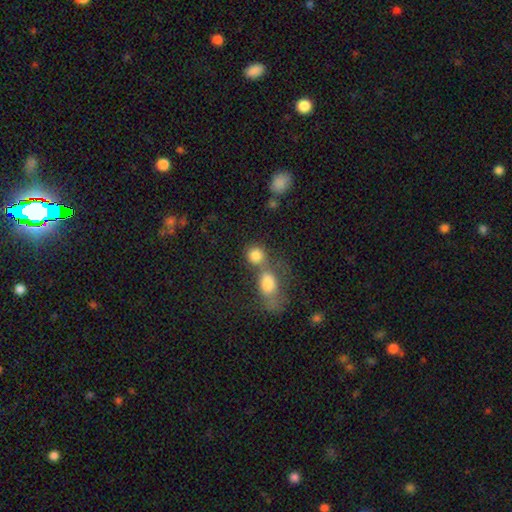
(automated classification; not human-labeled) Smooth or featured: smooth — 82% (star or artifact — 10%)
How rounded: round — 77% (in between — 21%)
Merging: merger — 45% (none — 42%)